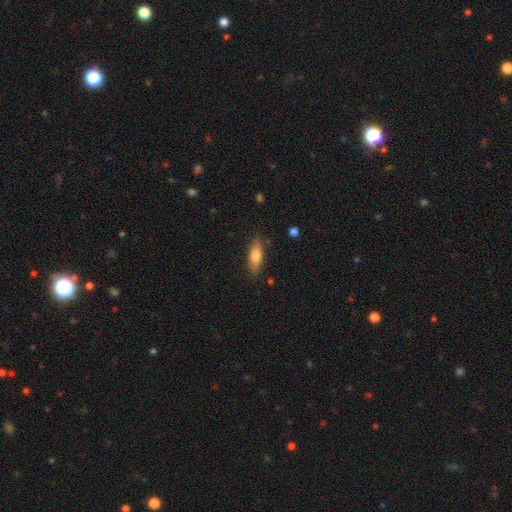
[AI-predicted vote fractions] Smooth or featured?
  - smooth: 71% *
  - featured or disk: 23%
  - star or artifact: 7%
How rounded?
  - in between: 59% *
  - cigar-shaped: 38%
  - round: 3%
Merging?
  - none: 81% *
  - minor disturbance: 14%
  - major disturbance: 3%
  - merger: 2%